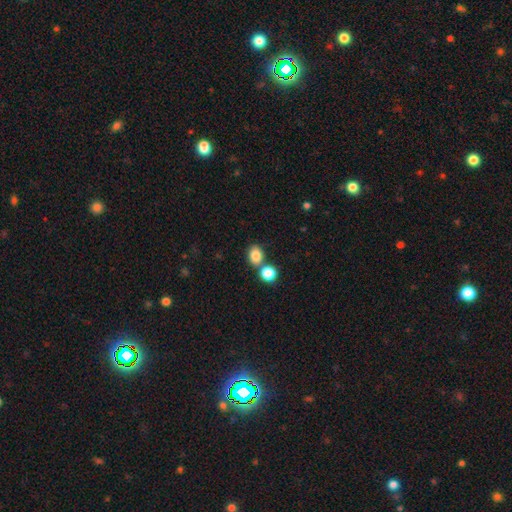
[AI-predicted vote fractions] smooth 83%, star or artifact 11%, featured or disk 6%. Down the decision tree: how rounded — in between (53%); merging — none (60%).